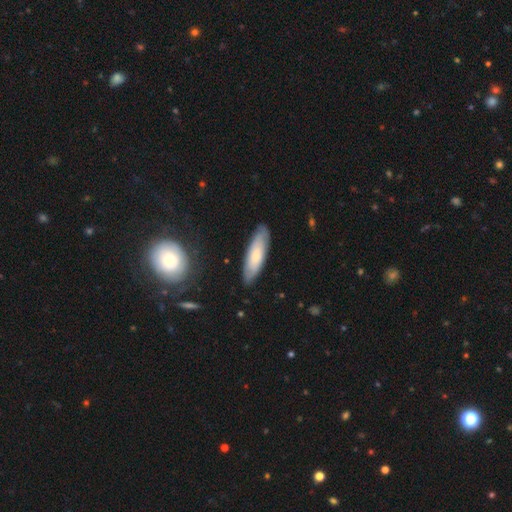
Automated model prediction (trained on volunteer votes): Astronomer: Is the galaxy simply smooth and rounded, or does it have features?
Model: smooth — 60%.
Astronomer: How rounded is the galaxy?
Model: cigar-shaped — 57% (runner-up: in between, 42%).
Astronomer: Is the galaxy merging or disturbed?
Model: none — 84%.